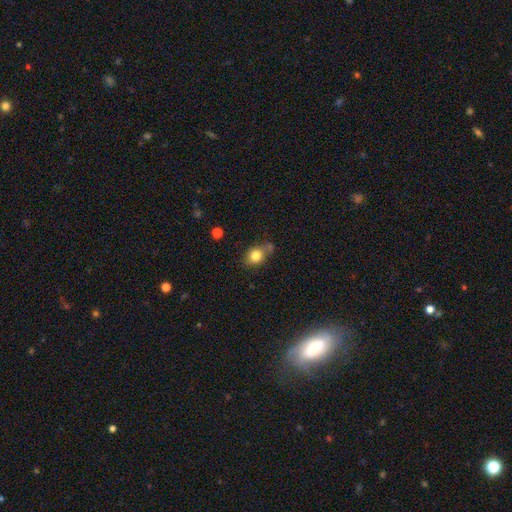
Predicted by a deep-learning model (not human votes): This appears to be a smooth galaxy with no disk features (79%) that is round (52%). Merging: none (57%).